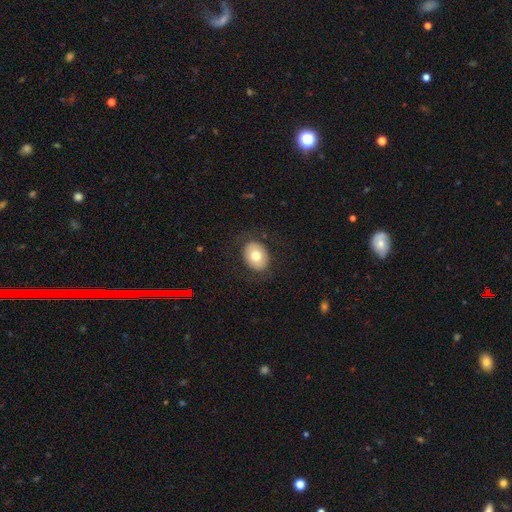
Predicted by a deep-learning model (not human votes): A smooth galaxy with no disk features (72%) that is in between round and cigar-shaped (55%).

Vote fractions:
- Smooth or featured? smooth: 72% / featured or disk: 20% / star or artifact: 8%
- How rounded? in between: 55% / round: 44% / cigar-shaped: 1%
- Merging? none: 83% / minor disturbance: 11% / major disturbance: 5% / merger: 1%